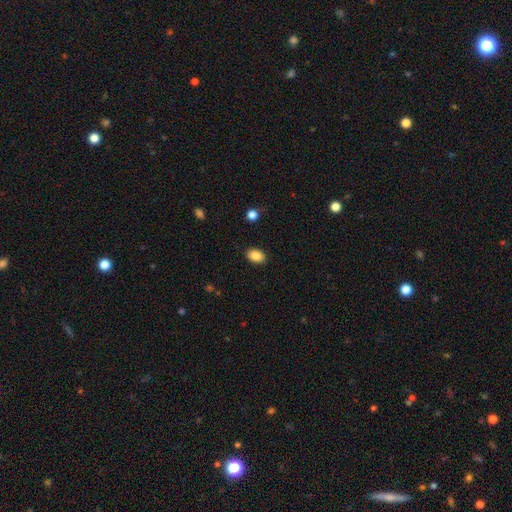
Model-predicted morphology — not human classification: Q: Smooth or featured?
A: smooth (86%); runner-up: star or artifact (8%)
Q: How rounded?
A: in between (84%); runner-up: round (15%)
Q: Merging?
A: none (88%); runner-up: minor disturbance (8%)